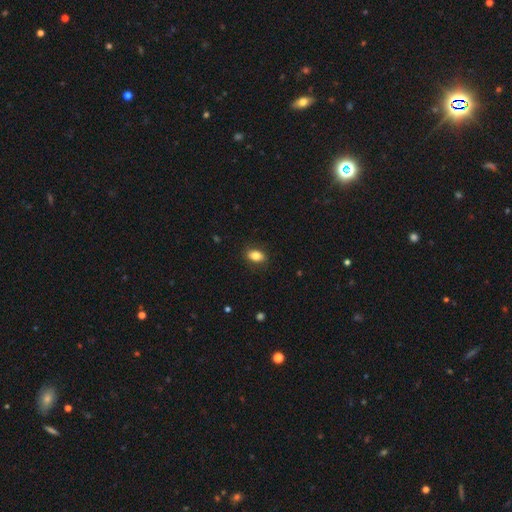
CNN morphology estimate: Q: Smooth or featured?
A: smooth (82%); runner-up: featured or disk (10%)
Q: How rounded?
A: in between (84%); runner-up: round (13%)
Q: Merging?
A: none (86%); runner-up: minor disturbance (10%)